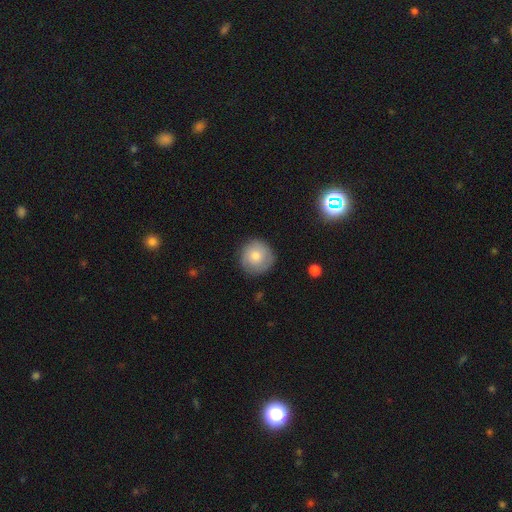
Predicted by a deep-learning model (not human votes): Smooth or featured? smooth (72%)
How rounded? round (94%)
Merging? none (85%)